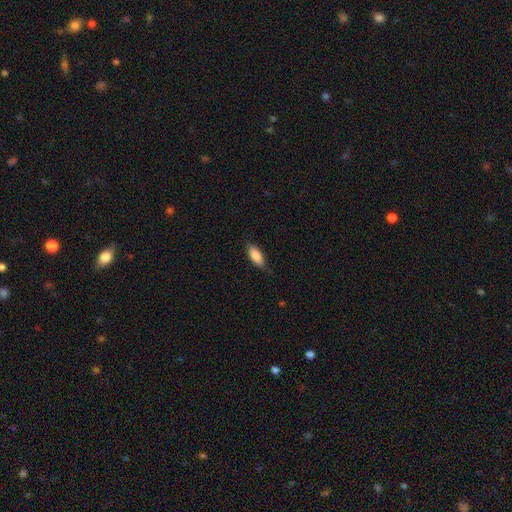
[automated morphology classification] smooth-or-featured: smooth: 83% | featured or disk: 11% | star or artifact: 6%
  how-rounded: in between: 74% | cigar-shaped: 24% | round: 2%
  merging: none: 76% | minor disturbance: 20% | major disturbance: 3% | merger: 1%